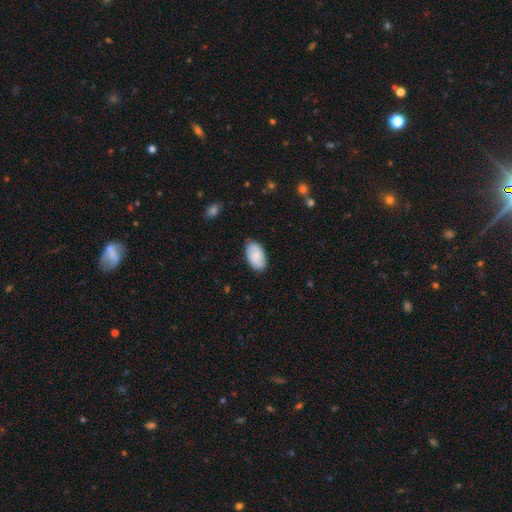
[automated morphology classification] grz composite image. It shows a smooth galaxy with no disk features (84%) that is in between round and cigar-shaped (95%). Merging: none (84%).